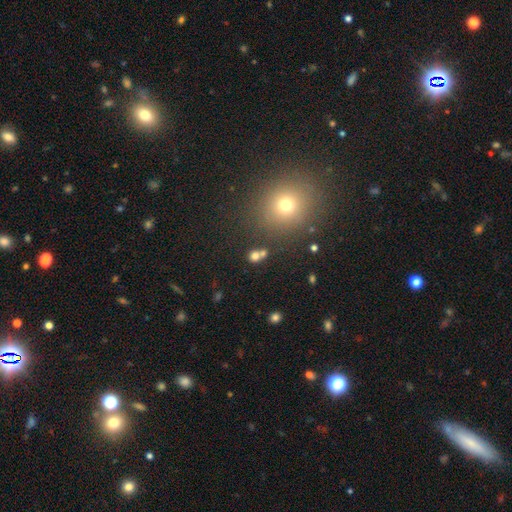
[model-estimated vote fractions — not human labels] The model was most divided on "merging": none: 61%, merger: 25%, minor disturbance: 9%, major disturbance: 5%. More confident: smooth or featured — smooth (73%); how rounded — round (73%).